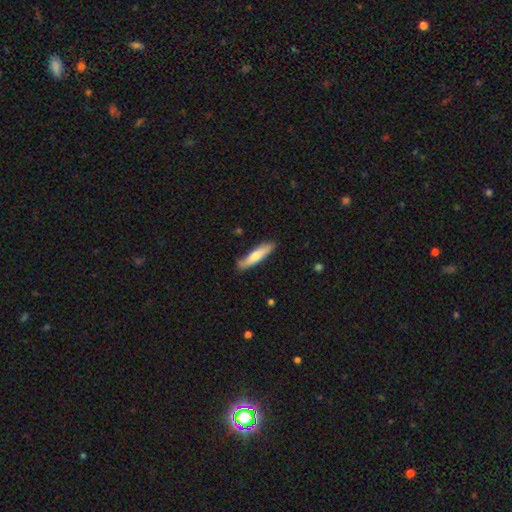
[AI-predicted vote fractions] Smooth or featured?
  - smooth: 65% *
  - featured or disk: 29%
  - star or artifact: 5%
How rounded?
  - cigar-shaped: 83% *
  - in between: 15%
  - round: 1%
Merging?
  - none: 81% *
  - minor disturbance: 15%
  - major disturbance: 2%
  - merger: 2%